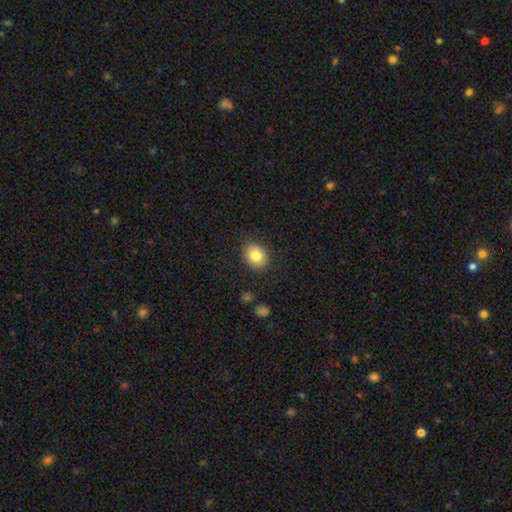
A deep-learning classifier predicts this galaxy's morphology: A smooth galaxy with no disk features (83%) that is round (67%). Merging: none (85%).